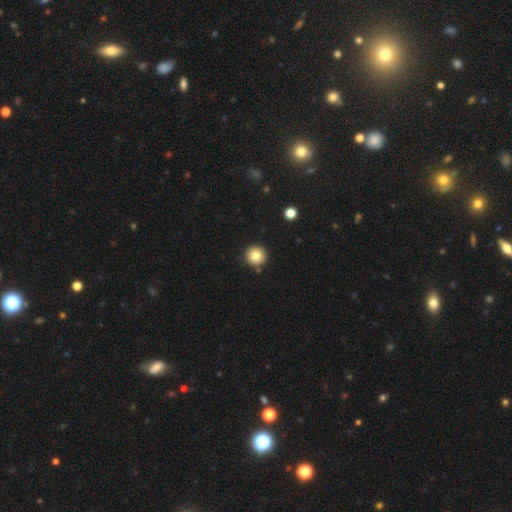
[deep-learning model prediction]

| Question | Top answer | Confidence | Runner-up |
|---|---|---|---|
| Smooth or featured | smooth | 82% | star or artifact (11%) |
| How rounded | round | 95% | in between (4%) |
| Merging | none | 89% | minor disturbance (6%) |